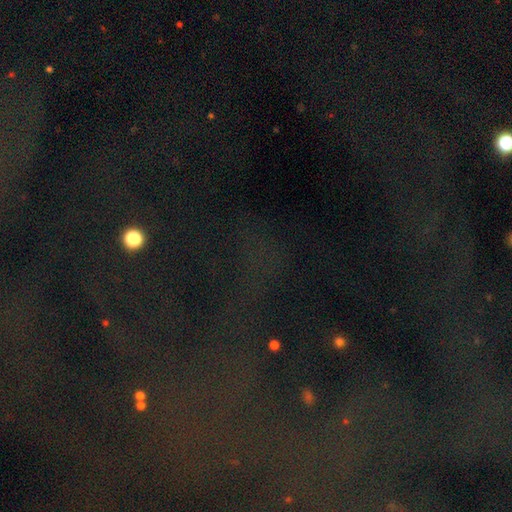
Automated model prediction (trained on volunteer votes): Smooth or featured: star or artifact — 76% (smooth — 13%)